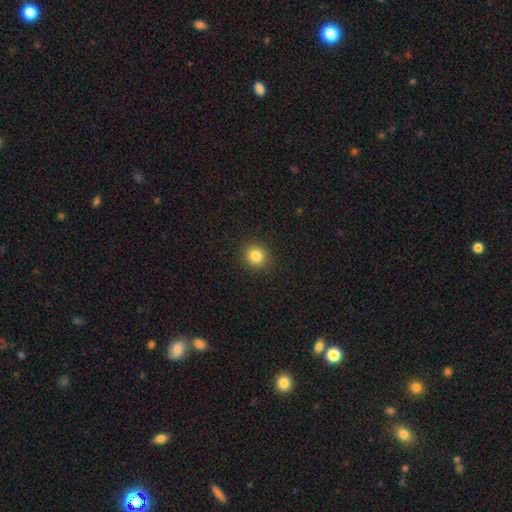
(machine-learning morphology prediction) Smooth or featured? Predicted: smooth (p=0.83). How rounded? Predicted: round (p=0.91). Merging? Predicted: none (p=0.91).